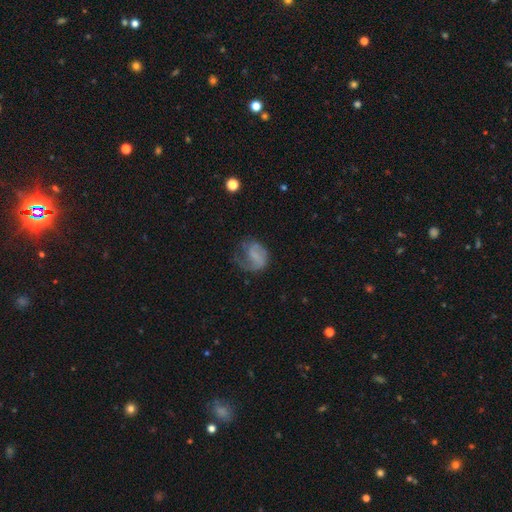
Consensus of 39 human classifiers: Smooth or featured? smooth (49%)
How rounded? in between (53%)
Merging? major disturbance (38%)